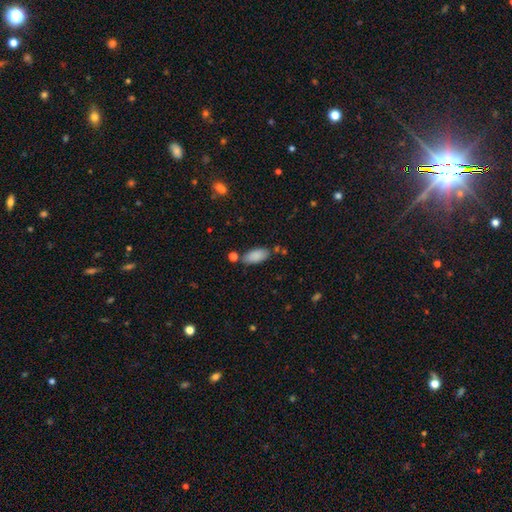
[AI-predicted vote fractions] A smooth galaxy with no disk features (88%) that is in between round and cigar-shaped (90%).

Vote fractions:
- Smooth or featured? smooth: 88% / star or artifact: 7% / featured or disk: 5%
- How rounded? in between: 90% / cigar-shaped: 8% / round: 2%
- Merging? none: 75% / minor disturbance: 13% / merger: 8% / major disturbance: 3%